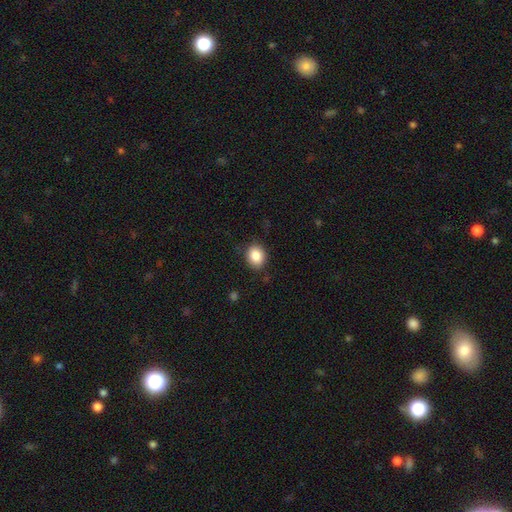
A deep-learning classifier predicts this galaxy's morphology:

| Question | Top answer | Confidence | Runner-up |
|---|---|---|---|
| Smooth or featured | smooth | 86% | star or artifact (9%) |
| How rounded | round | 56% | in between (43%) |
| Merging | none | 84% | minor disturbance (11%) |